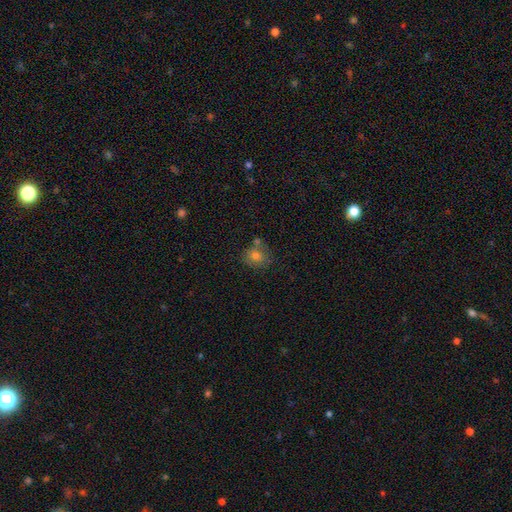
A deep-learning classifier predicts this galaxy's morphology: smooth 75%, featured or disk 13%, star or artifact 12%. Down the decision tree: how rounded — round (67%); merging — none (63%).